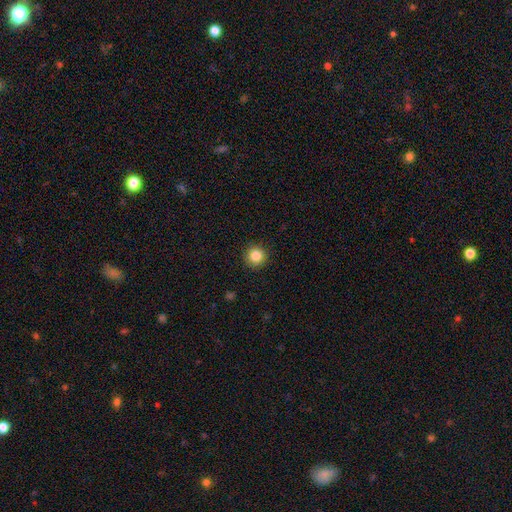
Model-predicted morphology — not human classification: The model was most divided on "smooth or featured": smooth: 85%, star or artifact: 10%, featured or disk: 4%. More confident: how rounded — round (95%); merging — none (92%).